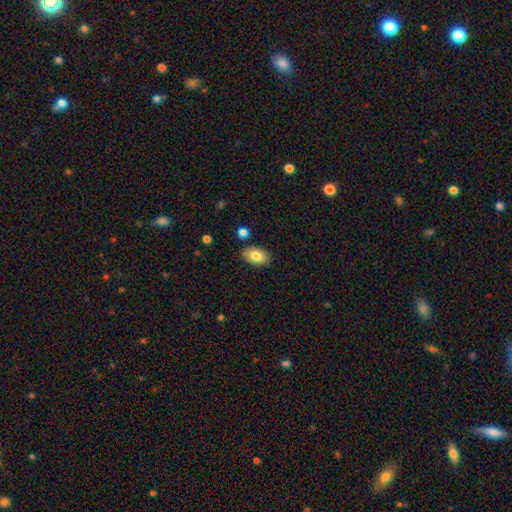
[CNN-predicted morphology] Smooth or featured?
  - smooth: 82% *
  - featured or disk: 11%
  - star or artifact: 7%
How rounded?
  - in between: 91% *
  - round: 8%
  - cigar-shaped: 1%
Merging?
  - none: 85% *
  - minor disturbance: 10%
  - merger: 3%
  - major disturbance: 2%